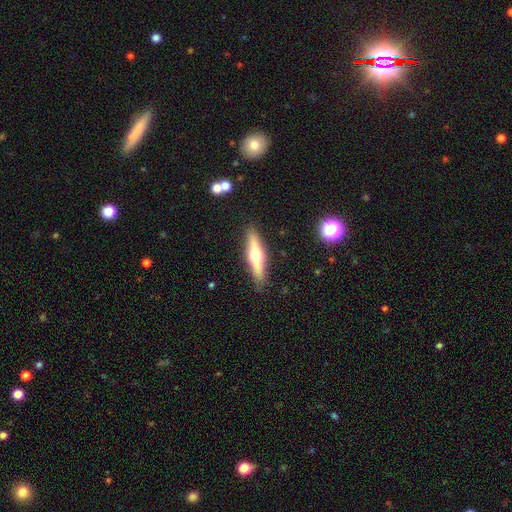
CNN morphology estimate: Q: Smooth or featured?
A: featured or disk (54%); runner-up: smooth (39%)
Q: Edge-on disk?
A: yes (93%); runner-up: no (7%)
Q: Edge-on bulge?
A: rounded (93%); runner-up: none (4%)
Q: Merging?
A: none (88%); runner-up: minor disturbance (9%)